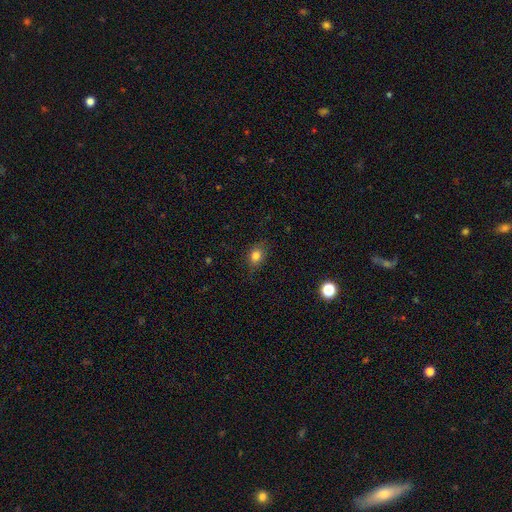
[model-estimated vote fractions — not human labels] A smooth galaxy with no disk features (80%) that is in between round and cigar-shaped (56%). Merging: none (80%).